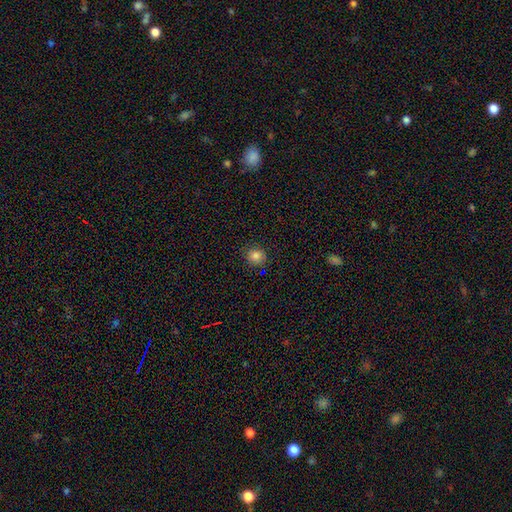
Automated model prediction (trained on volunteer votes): A smooth galaxy with no disk features (83%) that is round (86%). Merging: none (87%).